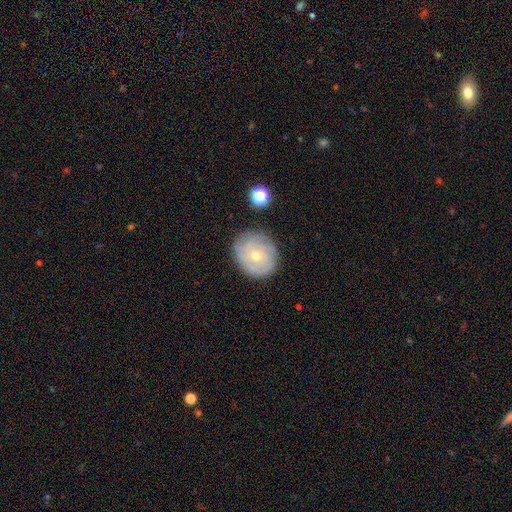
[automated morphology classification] Overall: featured or disk (62%; smooth 29%). Edge-on disk: no (97%). Bar: no (82%). Spiral arms: yes (83%). Spiral arm count: can't tell (47%; 3 17%). Spiral winding: tight (72%). Bulge size: small (58%; moderate 39%). Merging: none (80%).